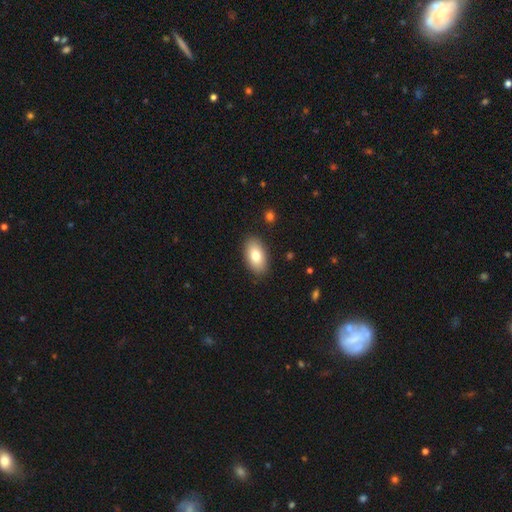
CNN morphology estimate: Smooth or featured?
  - smooth: 80% *
  - featured or disk: 14%
  - star or artifact: 7%
How rounded?
  - in between: 94% *
  - round: 4%
  - cigar-shaped: 2%
Merging?
  - none: 88% *
  - minor disturbance: 8%
  - major disturbance: 2%
  - merger: 1%